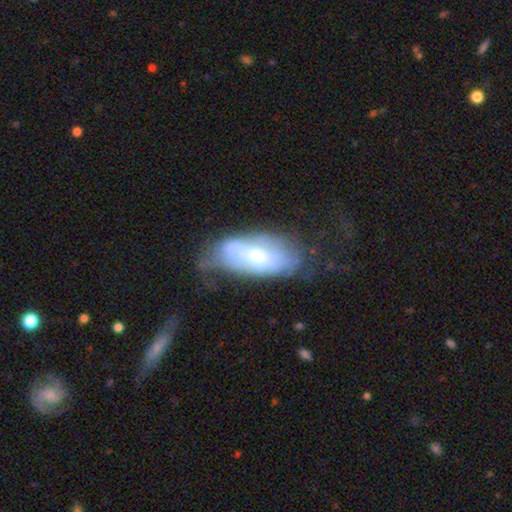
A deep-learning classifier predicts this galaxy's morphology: Smooth or featured: featured or disk — 56% (smooth — 36%)
Edge-on disk: no — 82% (yes — 18%)
Merging: none — 43% (minor disturbance — 31%)